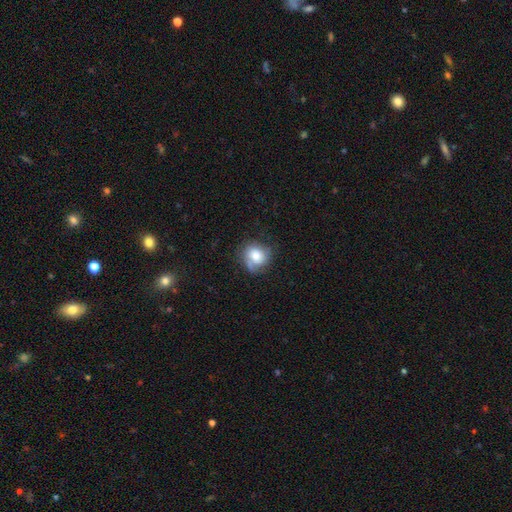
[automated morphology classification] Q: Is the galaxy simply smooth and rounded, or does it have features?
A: smooth — 55%.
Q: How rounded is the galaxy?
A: round — 72%.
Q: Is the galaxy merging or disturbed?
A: none — 58%.